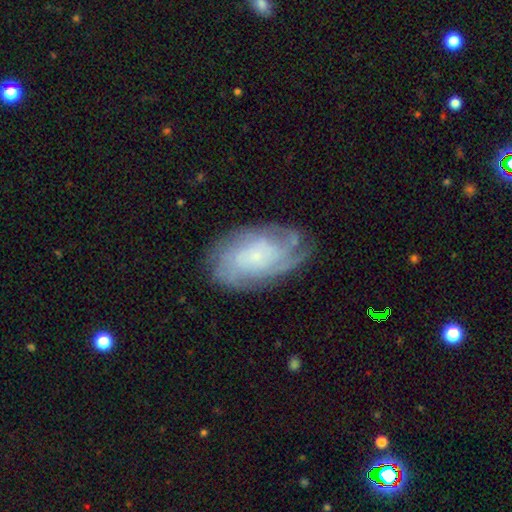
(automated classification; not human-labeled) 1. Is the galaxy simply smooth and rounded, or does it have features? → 76% featured or disk, 17% smooth, 7% star or artifact.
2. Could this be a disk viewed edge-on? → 95% no, 5% yes.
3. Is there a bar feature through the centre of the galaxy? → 75% no, 20% weak, 4% strong.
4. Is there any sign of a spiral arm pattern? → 93% yes, 7% no.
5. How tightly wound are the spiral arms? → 65% tight, 27% medium, 8% loose.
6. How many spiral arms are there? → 41% can't tell, 19% 4, 14% 3, 11% 2, 10% more than 4, 5% 1.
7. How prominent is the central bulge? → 76% small, 13% moderate, 7% none, 3% large, 1% dominant.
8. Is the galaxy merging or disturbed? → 73% none, 18% minor disturbance, 7% major disturbance, 1% merger.